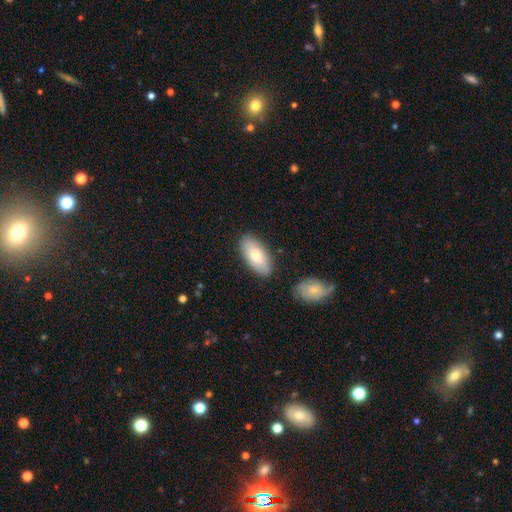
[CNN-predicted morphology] Overall: smooth (76%). How rounded: in between (92%). Merging: none (82%).